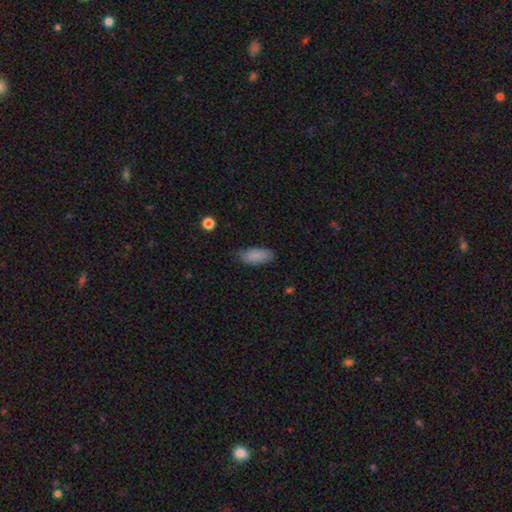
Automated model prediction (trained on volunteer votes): This is clearly a smooth galaxy (87%). How rounded: clearly in between (87%). Merging: likely none (78%).